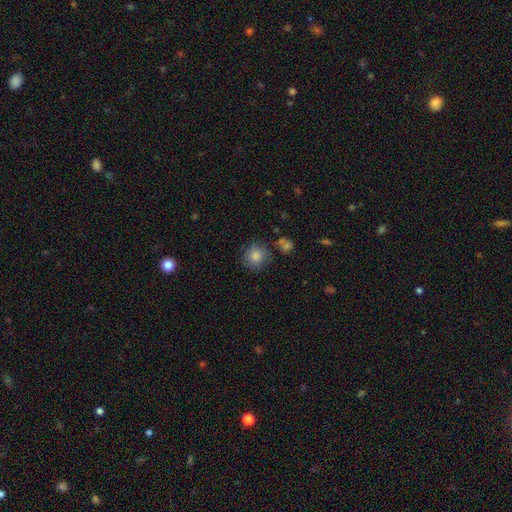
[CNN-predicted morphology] smooth_or_featured: smooth (p=0.82) [alt: featured or disk p=0.09]
how_rounded: round (p=0.89) [alt: in between p=0.10]
merging: none (p=0.74) [alt: minor disturbance p=0.15]